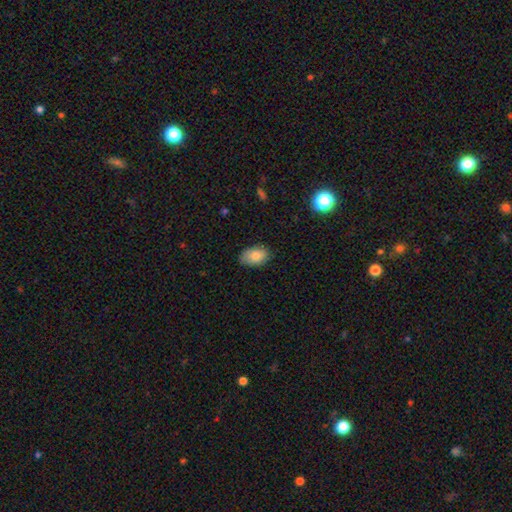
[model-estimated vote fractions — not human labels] Smooth or featured? Predicted: smooth (p=0.83). How rounded? Predicted: in between (p=0.90). Merging? Predicted: none (p=0.82).